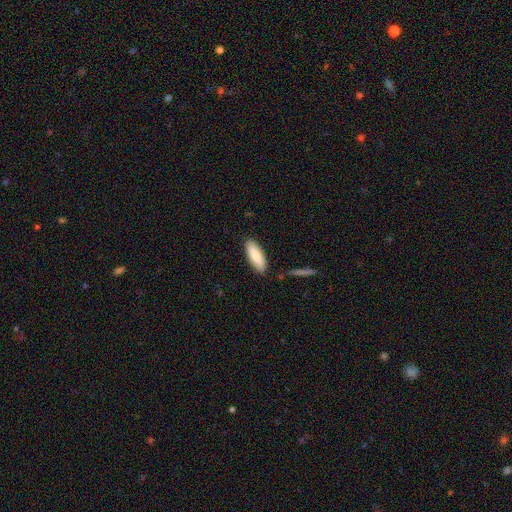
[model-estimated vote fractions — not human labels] Smooth or featured?
  - smooth: 80% *
  - featured or disk: 15%
  - star or artifact: 6%
How rounded?
  - in between: 64% *
  - cigar-shaped: 35%
  - round: 2%
Merging?
  - none: 85% *
  - minor disturbance: 11%
  - merger: 2%
  - major disturbance: 2%